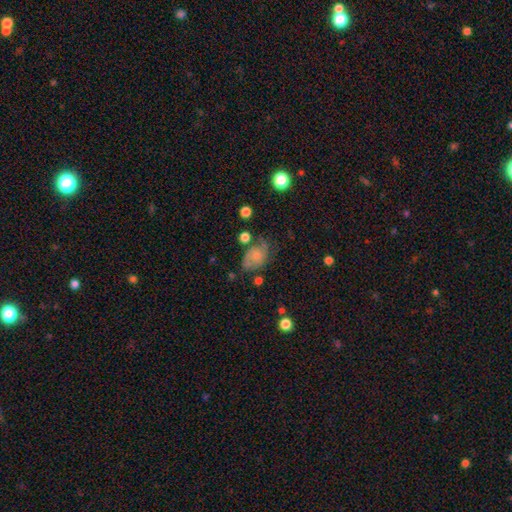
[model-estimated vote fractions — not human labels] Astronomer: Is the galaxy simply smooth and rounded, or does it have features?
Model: smooth — 48% (runner-up: featured or disk, 42%).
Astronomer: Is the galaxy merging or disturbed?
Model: none — 43% (runner-up: minor disturbance, 30%).